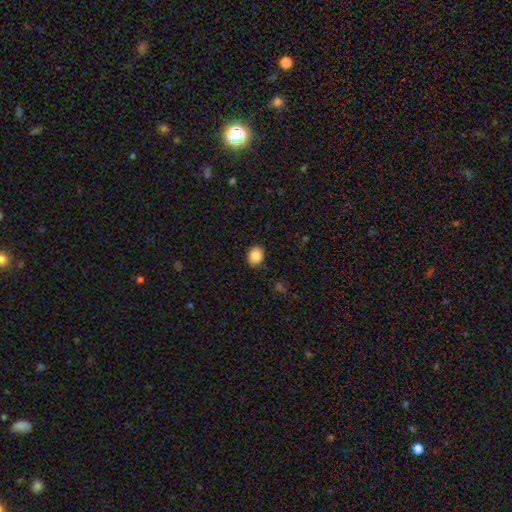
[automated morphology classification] smooth 86%, star or artifact 9%, featured or disk 6%. Down the decision tree: how rounded — round (51%); merging — none (87%).